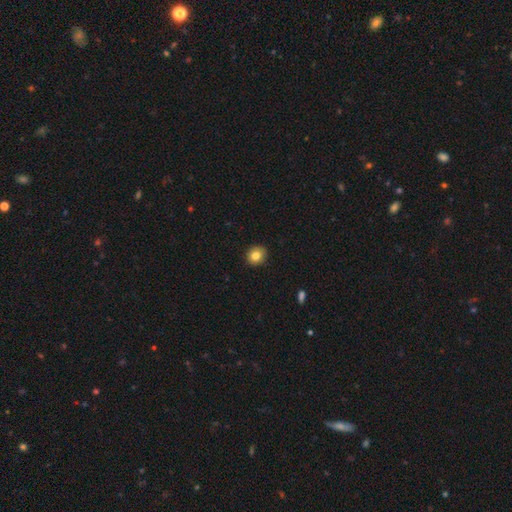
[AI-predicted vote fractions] Q: Smooth or featured?
A: smooth (82%); runner-up: star or artifact (10%)
Q: How rounded?
A: round (81%); runner-up: in between (18%)
Q: Merging?
A: none (90%); runner-up: minor disturbance (7%)